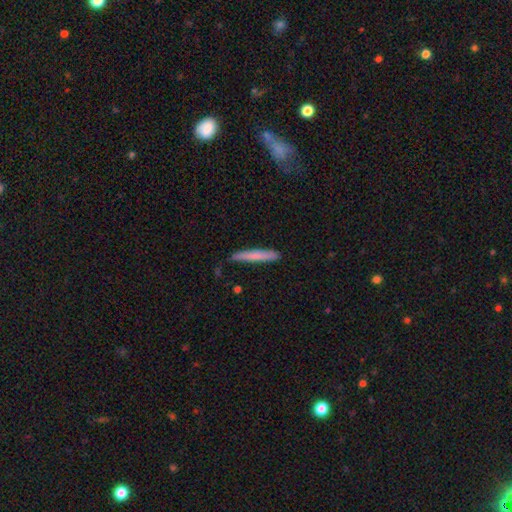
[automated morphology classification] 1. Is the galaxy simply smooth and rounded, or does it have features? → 73% smooth, 22% featured or disk, 6% star or artifact.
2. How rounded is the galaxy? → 95% cigar-shaped, 3% in between, 1% round.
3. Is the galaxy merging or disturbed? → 82% none, 14% minor disturbance, 2% major disturbance, 2% merger.